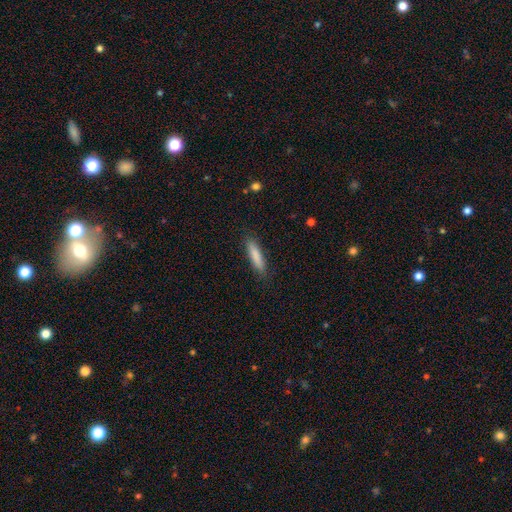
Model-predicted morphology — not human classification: Smooth or featured? smooth (84%)
How rounded? cigar-shaped (78%)
Merging? none (86%)